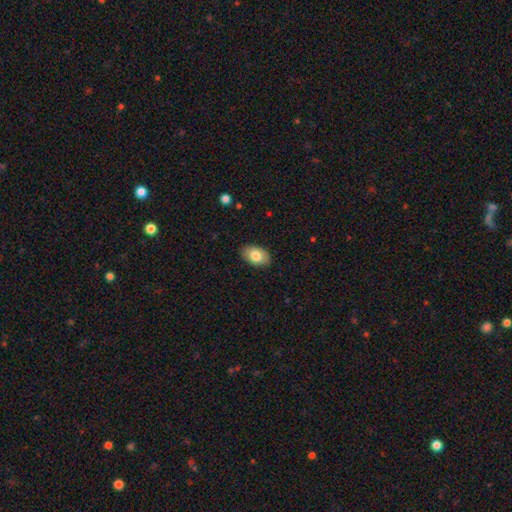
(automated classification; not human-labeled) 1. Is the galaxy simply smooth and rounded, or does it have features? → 80% smooth, 13% featured or disk, 7% star or artifact.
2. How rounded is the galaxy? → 90% in between, 9% round, 1% cigar-shaped.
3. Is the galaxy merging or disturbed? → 87% none, 10% minor disturbance, 2% major disturbance, 1% merger.